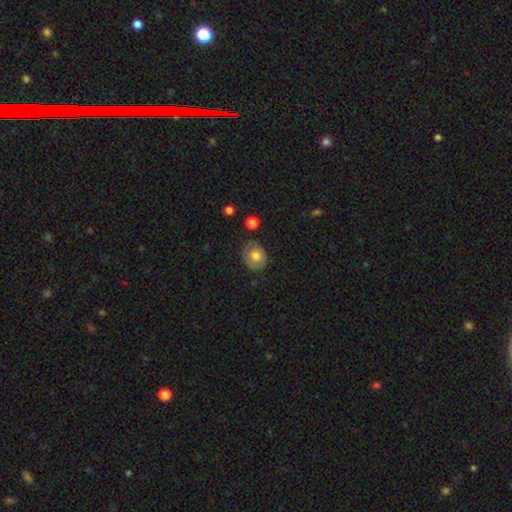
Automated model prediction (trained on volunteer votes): Morphology: type=smooth (62%); roundness=round (62%); merging=none (74%).